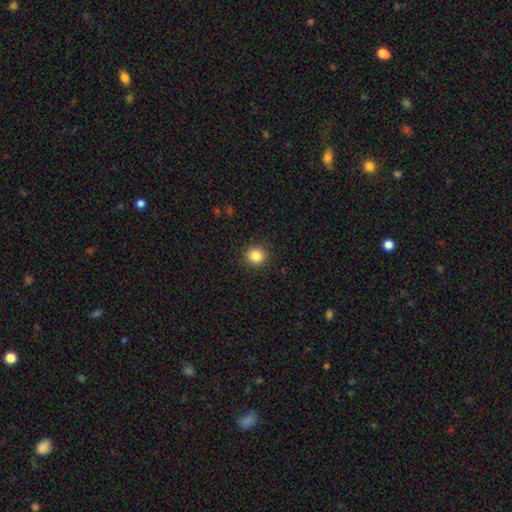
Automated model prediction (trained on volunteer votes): Q: Smooth or featured?
A: smooth (85%); runner-up: star or artifact (11%)
Q: How rounded?
A: round (90%); runner-up: in between (9%)
Q: Merging?
A: none (90%); runner-up: minor disturbance (6%)